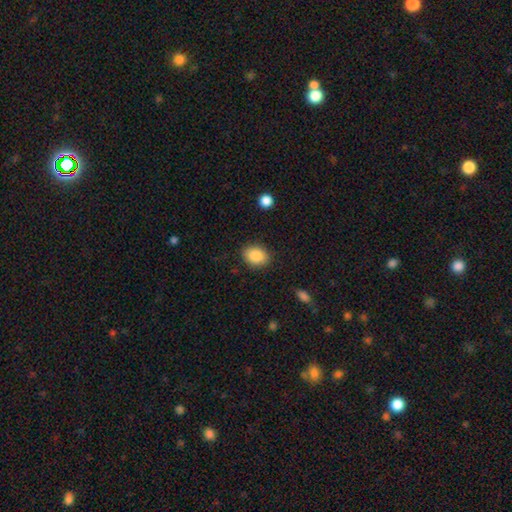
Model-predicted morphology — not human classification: smooth_or_featured: smooth (p=0.86) [alt: star or artifact p=0.08]
how_rounded: in between (p=0.66) [alt: round p=0.33]
merging: none (p=0.86) [alt: minor disturbance p=0.10]